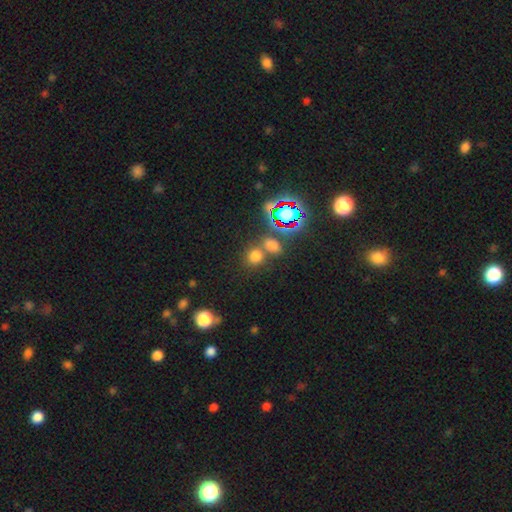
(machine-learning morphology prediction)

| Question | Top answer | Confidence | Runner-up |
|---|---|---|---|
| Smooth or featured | smooth | 67% | star or artifact (26%) |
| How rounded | round | 74% | in between (25%) |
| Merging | none | 61% | merger (26%) |